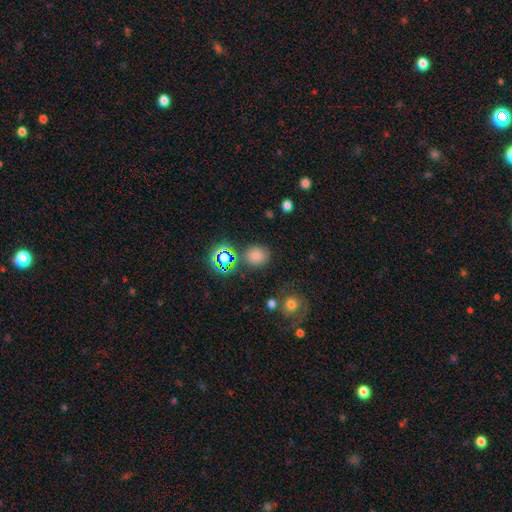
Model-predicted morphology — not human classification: type=smooth (74%); roundness=round (75%); merging=none (78%).